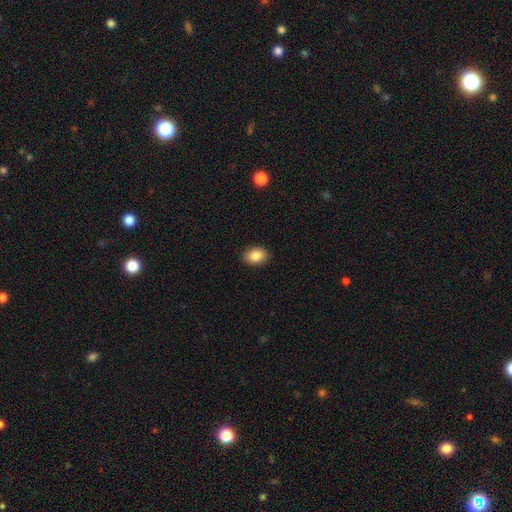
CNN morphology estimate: Q: Smooth or featured?
A: smooth (87%); runner-up: star or artifact (8%)
Q: How rounded?
A: in between (74%); runner-up: round (25%)
Q: Merging?
A: none (89%); runner-up: minor disturbance (8%)